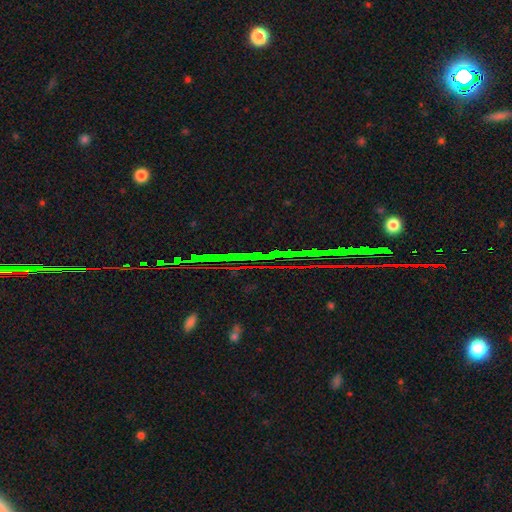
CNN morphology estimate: Smooth or featured?
  - star or artifact: 82% *
  - featured or disk: 9%
  - smooth: 9%